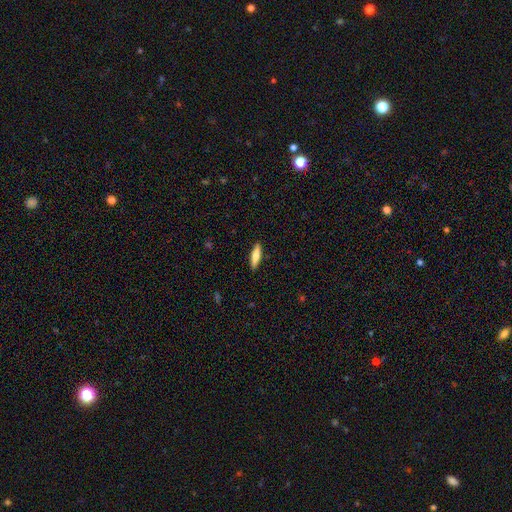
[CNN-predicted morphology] smooth-or-featured: smooth: 69% | featured or disk: 25% | star or artifact: 6%
  how-rounded: cigar-shaped: 71% | in between: 27% | round: 2%
  merging: none: 89% | minor disturbance: 8% | major disturbance: 2% | merger: 1%